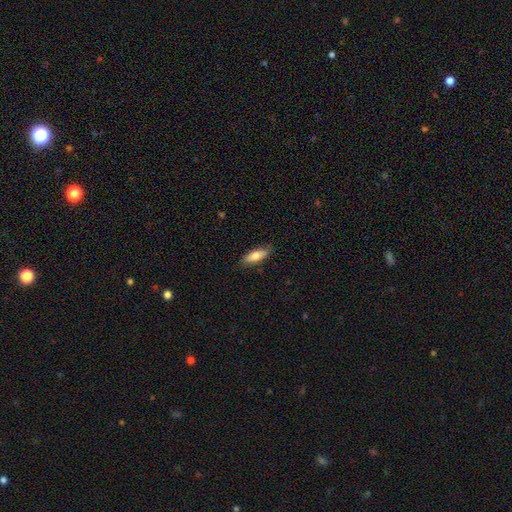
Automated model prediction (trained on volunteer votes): A smooth galaxy with no disk features (73%) that is in between round and cigar-shaped (65%). Merging: none (83%).